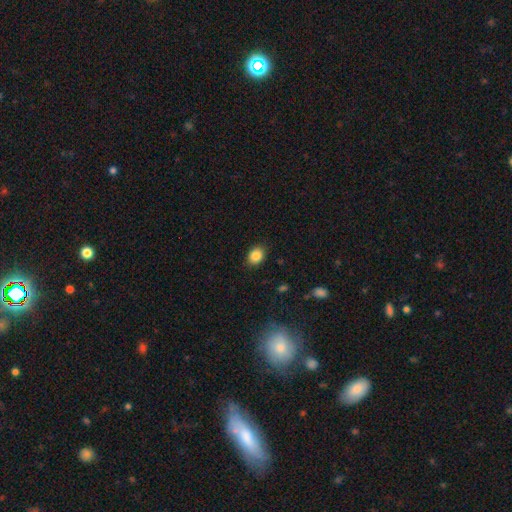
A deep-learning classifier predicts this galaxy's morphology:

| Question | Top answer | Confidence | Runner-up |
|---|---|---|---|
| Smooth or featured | smooth | 86% | star or artifact (9%) |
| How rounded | in between | 54% | round (45%) |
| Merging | none | 86% | minor disturbance (11%) |